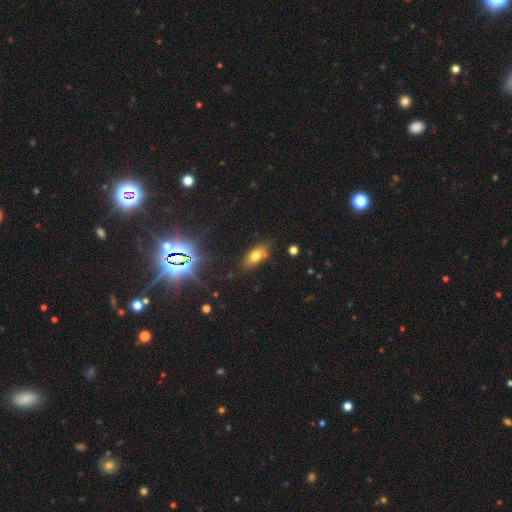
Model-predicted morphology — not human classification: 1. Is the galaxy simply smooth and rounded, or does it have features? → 71% smooth, 16% star or artifact, 14% featured or disk.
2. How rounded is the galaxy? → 85% in between, 10% cigar-shaped, 6% round.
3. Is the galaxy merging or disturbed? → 75% none, 17% minor disturbance, 4% merger, 4% major disturbance.